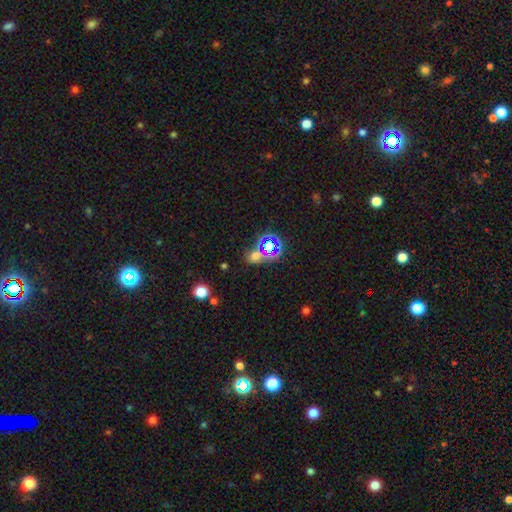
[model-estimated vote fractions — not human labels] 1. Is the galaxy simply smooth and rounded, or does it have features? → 47% star or artifact, 43% smooth, 11% featured or disk.